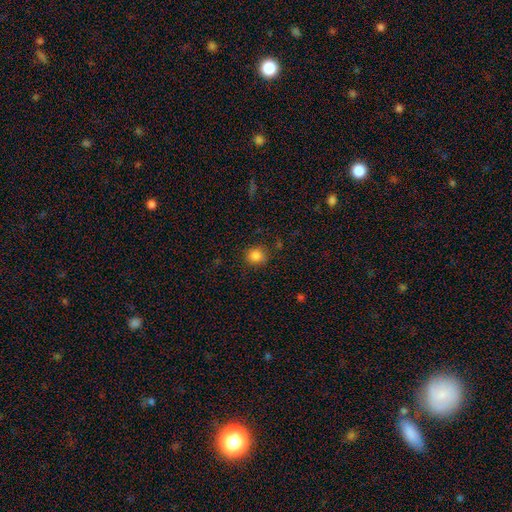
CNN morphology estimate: A smooth galaxy with no disk features (85%) that is round (80%).

Vote fractions:
- Smooth or featured? smooth: 85% / star or artifact: 11% / featured or disk: 5%
- How rounded? round: 80% / in between: 19% / cigar-shaped: 1%
- Merging? none: 81% / minor disturbance: 13% / major disturbance: 4% / merger: 2%